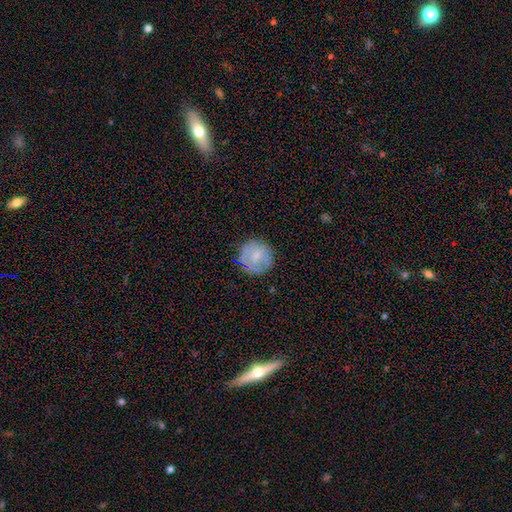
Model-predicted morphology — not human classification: smooth_or_featured: smooth (p=0.65) [alt: featured or disk p=0.25]
how_rounded: round (p=0.92) [alt: in between p=0.07]
merging: none (p=0.77) [alt: minor disturbance p=0.15]